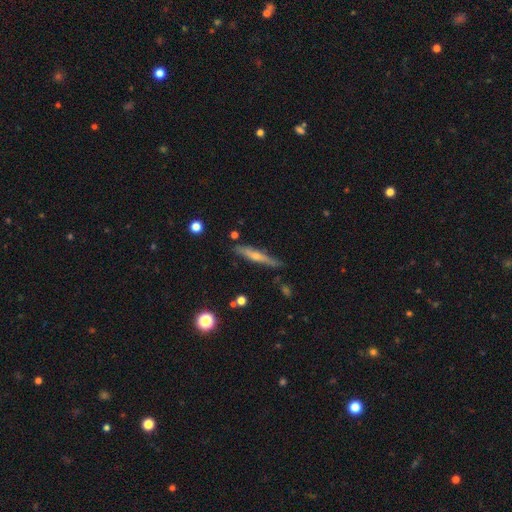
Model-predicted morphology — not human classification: smooth-or-featured: featured or disk: 64% | smooth: 28% | star or artifact: 8%
  disk-edge-on: yes: 95% | no: 5%
    edge-on-bulge: rounded: 79% | none: 17% | boxy: 5%
  merging: none: 83% | minor disturbance: 13% | major disturbance: 2% | merger: 2%